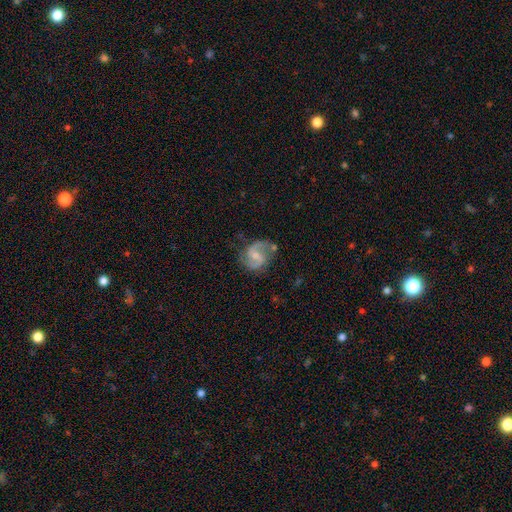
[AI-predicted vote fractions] This is clearly a featured or disk galaxy (84%). It is clearly not viewed edge-on (98%). Bar: possibly weak (55%). Spiral arm pattern: clearly yes (96%). Spiral arm count: clearly 2 (91%). Spiral winding: possibly medium (54%). Central bulge: possibly small (49%). Merging: likely none (68%).